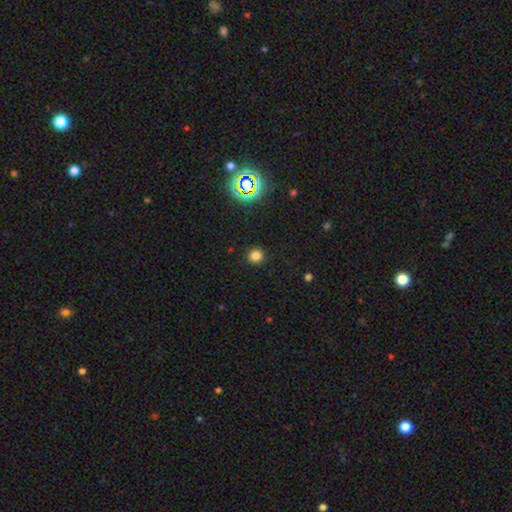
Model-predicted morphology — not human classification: A smooth galaxy with no disk features (79%) that is round (94%). Merging: none (92%).